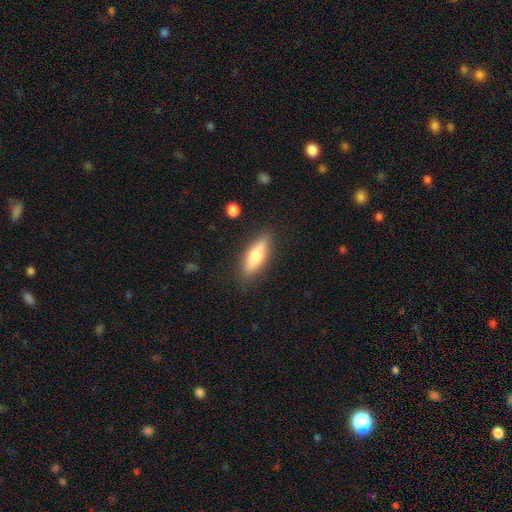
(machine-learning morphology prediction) A smooth galaxy with no disk features (71%) that is in between round and cigar-shaped (50%). Merging: none (86%).